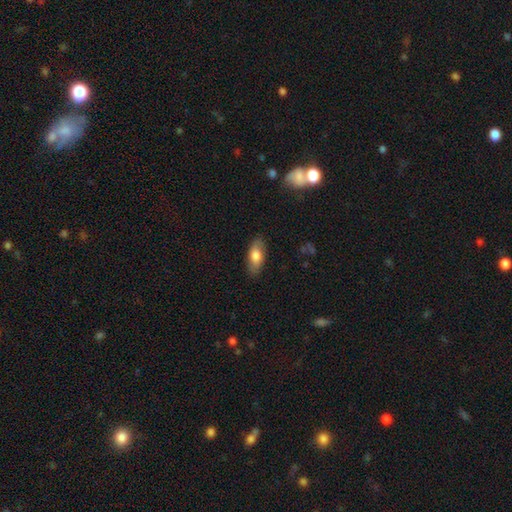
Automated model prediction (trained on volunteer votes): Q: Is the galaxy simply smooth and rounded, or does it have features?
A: smooth — 74%.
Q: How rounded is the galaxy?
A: in between — 85%.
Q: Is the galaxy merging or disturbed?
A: none — 84%.